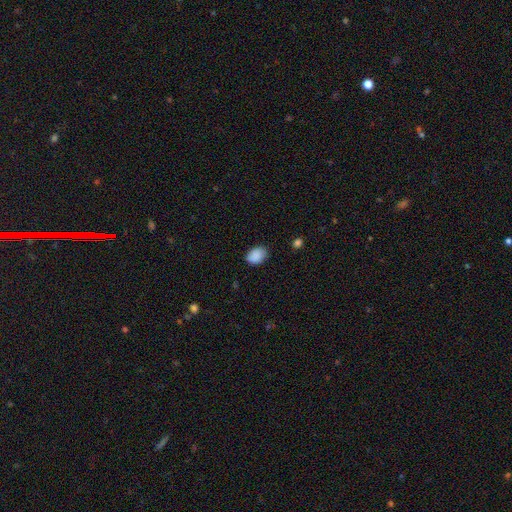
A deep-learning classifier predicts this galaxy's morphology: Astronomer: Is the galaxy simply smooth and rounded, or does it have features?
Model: smooth — 89%.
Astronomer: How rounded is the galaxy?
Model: in between — 73%.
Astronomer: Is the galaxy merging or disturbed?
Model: none — 77%.